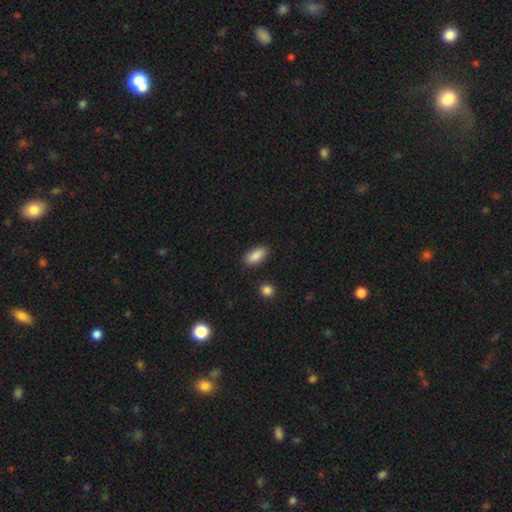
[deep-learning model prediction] smooth 88%, star or artifact 7%, featured or disk 5%. Down the decision tree: how rounded — in between (89%); merging — none (86%).